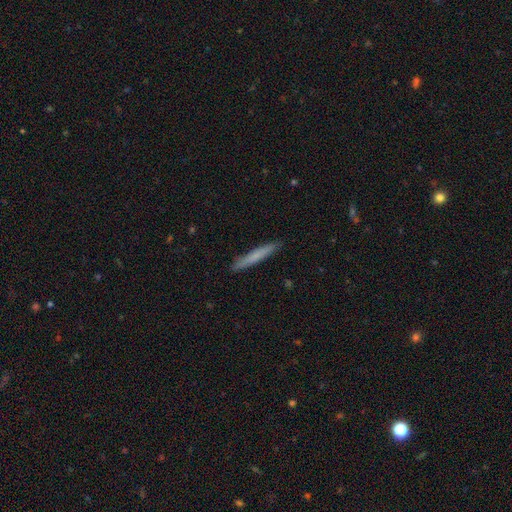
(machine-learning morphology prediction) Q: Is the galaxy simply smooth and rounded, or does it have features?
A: smooth — 68%.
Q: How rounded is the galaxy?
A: cigar-shaped — 96%.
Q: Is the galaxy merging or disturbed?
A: none — 91%.